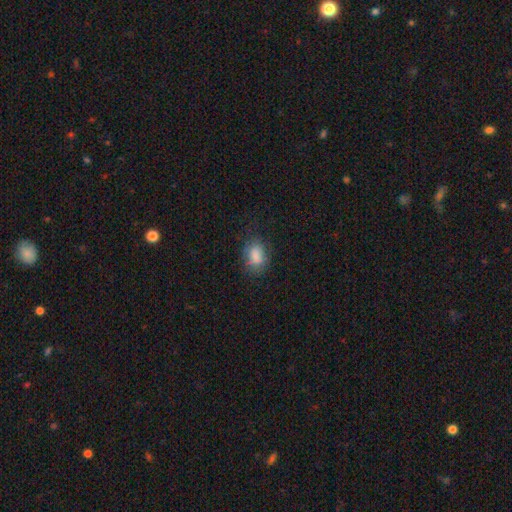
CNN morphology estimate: A smooth galaxy with no disk features (79%) that is in between round and cigar-shaped (77%).

Vote fractions:
- Smooth or featured? smooth: 79% / featured or disk: 11% / star or artifact: 10%
- How rounded? in between: 77% / round: 21% / cigar-shaped: 2%
- Merging? none: 64% / minor disturbance: 23% / major disturbance: 11% / merger: 2%